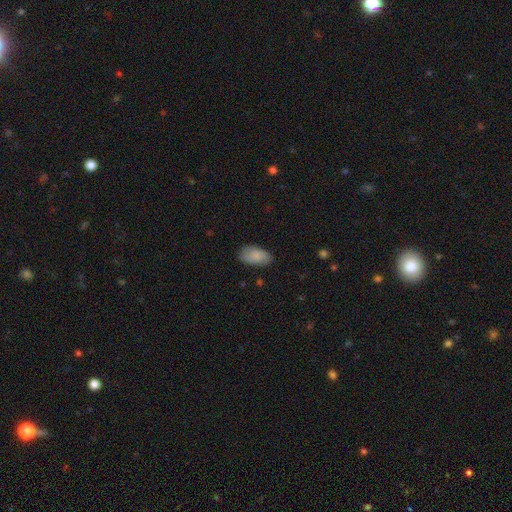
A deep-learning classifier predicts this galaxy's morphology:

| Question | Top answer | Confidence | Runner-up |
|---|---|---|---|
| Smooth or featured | smooth | 81% | featured or disk (12%) |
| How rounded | in between | 94% | round (4%) |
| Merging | none | 78% | minor disturbance (17%) |